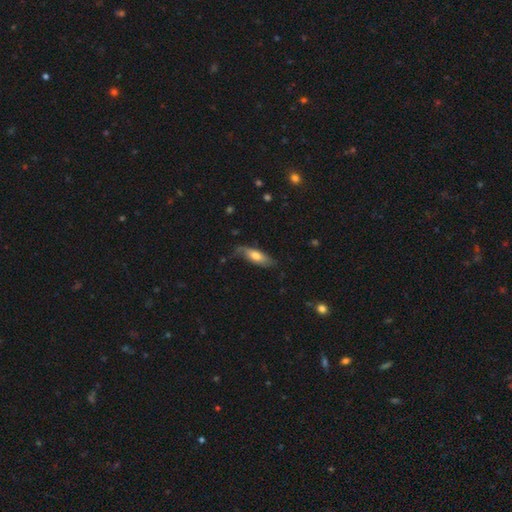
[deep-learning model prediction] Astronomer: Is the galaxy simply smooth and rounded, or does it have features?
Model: smooth — 58% (runner-up: featured or disk, 36%).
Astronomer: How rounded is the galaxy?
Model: in between — 64%.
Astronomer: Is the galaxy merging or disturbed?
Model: none — 58%.